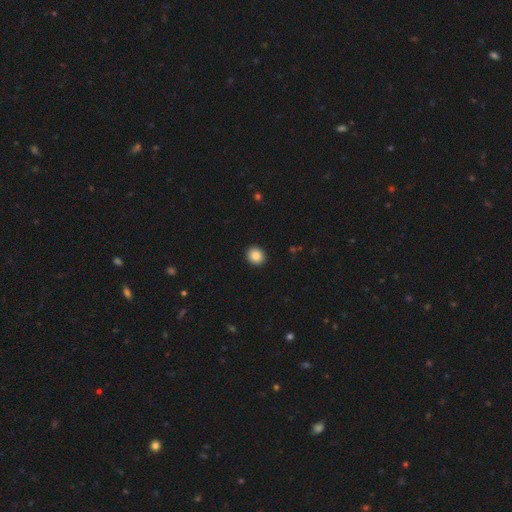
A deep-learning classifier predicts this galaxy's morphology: A smooth galaxy with no disk features (88%) that is round (79%).

Vote fractions:
- Smooth or featured? smooth: 88% / star or artifact: 9% / featured or disk: 4%
- How rounded? round: 79% / in between: 20% / cigar-shaped: 1%
- Merging? none: 92% / minor disturbance: 5% / major disturbance: 2% / merger: 1%